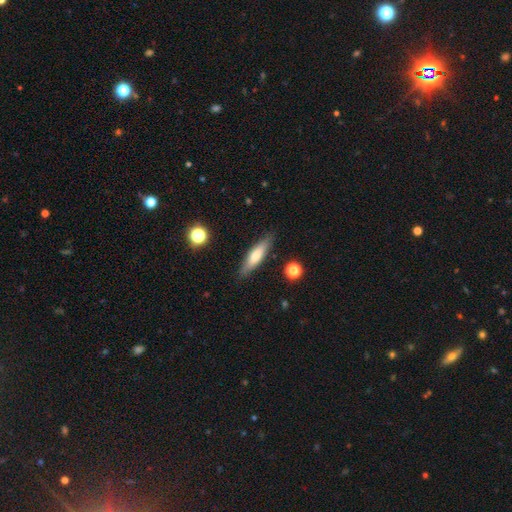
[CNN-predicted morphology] Smooth or featured? smooth (62%)
How rounded? cigar-shaped (72%)
Merging? none (86%)